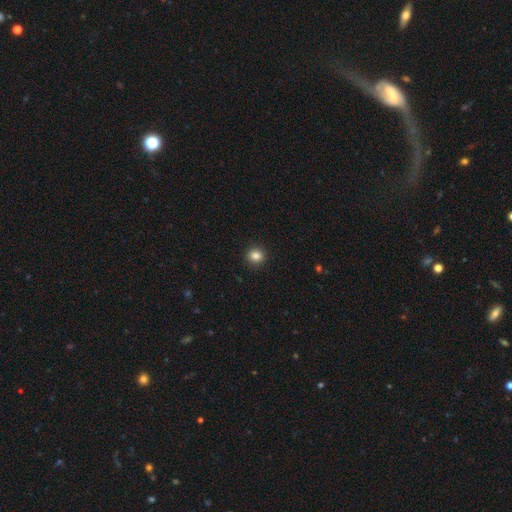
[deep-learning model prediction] This appears to be a smooth galaxy with no disk features (84%) that is round (85%). Merging: none (92%).